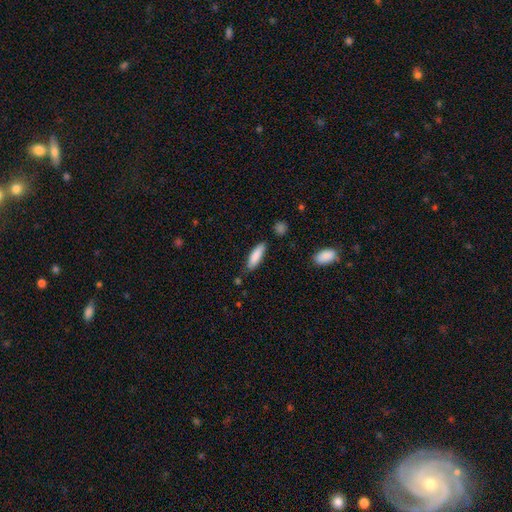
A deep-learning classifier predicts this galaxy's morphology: Smooth or featured? Predicted: smooth (p=0.86). How rounded? Predicted: cigar-shaped (p=0.56). Merging? Predicted: none (p=0.78).